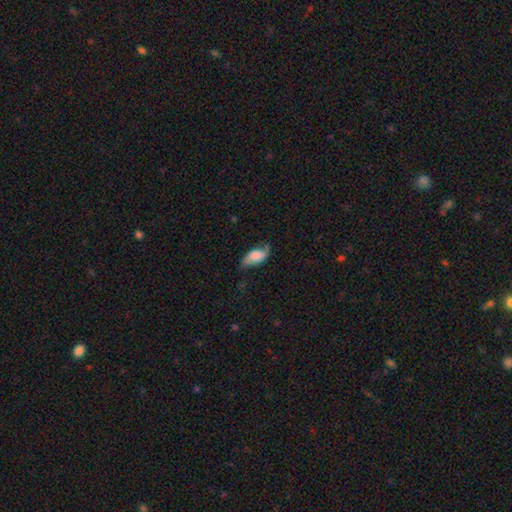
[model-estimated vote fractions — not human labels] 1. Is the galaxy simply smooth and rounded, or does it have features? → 47% featured or disk, 45% smooth, 8% star or artifact.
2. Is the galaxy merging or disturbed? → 58% none, 29% minor disturbance, 12% major disturbance, 2% merger.